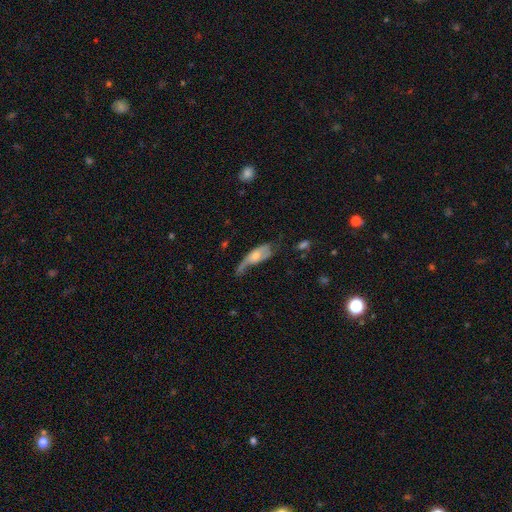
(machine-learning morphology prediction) This is possibly a featured or disk galaxy (50%). Merging: marginally major disturbance (40%).